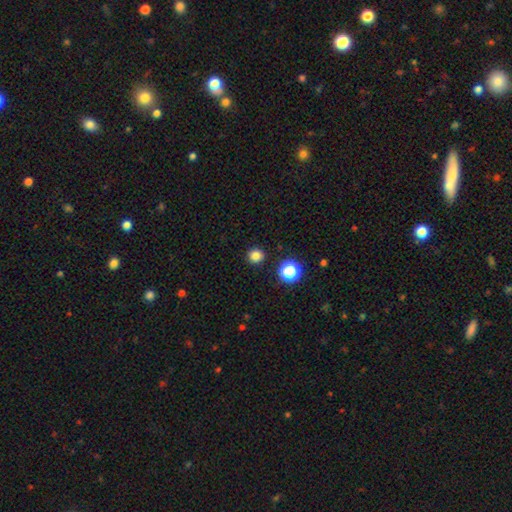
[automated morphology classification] A smooth galaxy with no disk features (82%) that is round (93%).

Vote fractions:
- Smooth or featured? smooth: 82% / star or artifact: 14% / featured or disk: 4%
- How rounded? round: 93% / in between: 6% / cigar-shaped: 1%
- Merging? none: 92% / minor disturbance: 5% / major disturbance: 2% / merger: 2%